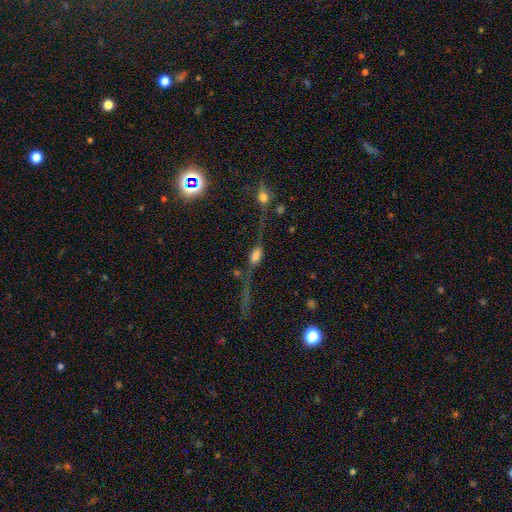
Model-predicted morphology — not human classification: The model was most divided on "smooth or featured": featured or disk: 44%, smooth: 42%, star or artifact: 14%. Remaining: merging — none (41%).